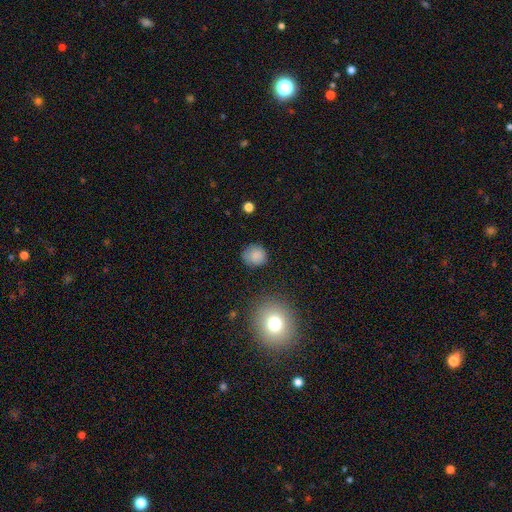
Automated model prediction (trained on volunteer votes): Overall: smooth (84%). How rounded: round (85%). Merging: none (79%).